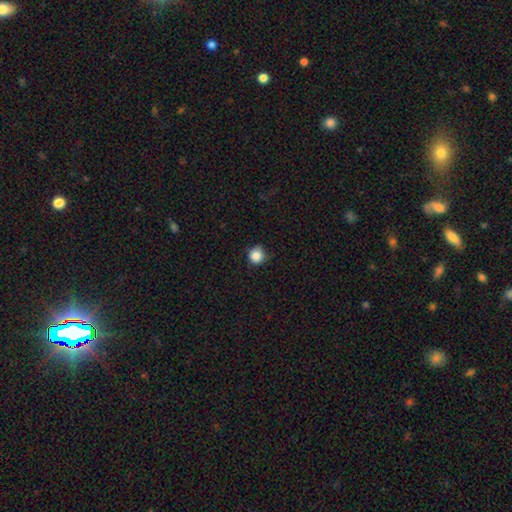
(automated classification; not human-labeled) Morphology: type=smooth (86%); roundness=round (93%); merging=none (80%).